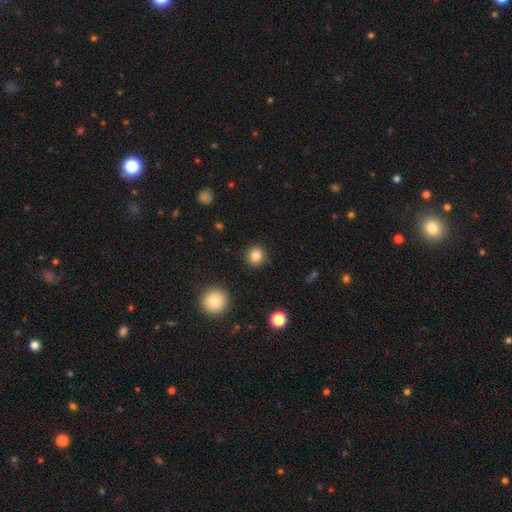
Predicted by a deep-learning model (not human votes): Smooth or featured?
  - smooth: 84% *
  - star or artifact: 11%
  - featured or disk: 5%
How rounded?
  - round: 90% *
  - in between: 9%
  - cigar-shaped: 1%
Merging?
  - none: 91% *
  - minor disturbance: 6%
  - major disturbance: 2%
  - merger: 1%